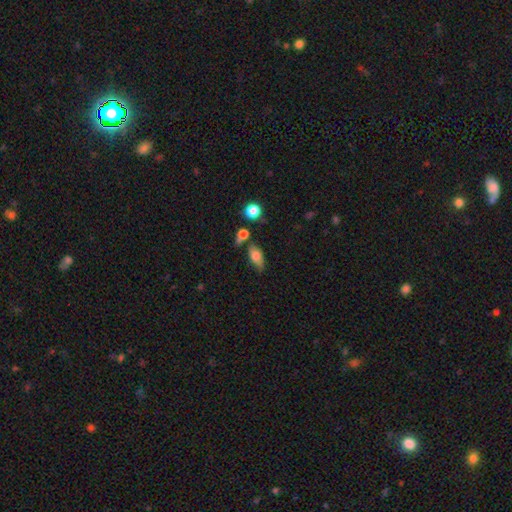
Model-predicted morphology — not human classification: Smooth or featured?
  - smooth: 68% *
  - featured or disk: 22%
  - star or artifact: 10%
How rounded?
  - in between: 83% *
  - cigar-shaped: 9%
  - round: 8%
Merging?
  - none: 54% *
  - minor disturbance: 26%
  - merger: 11%
  - major disturbance: 9%